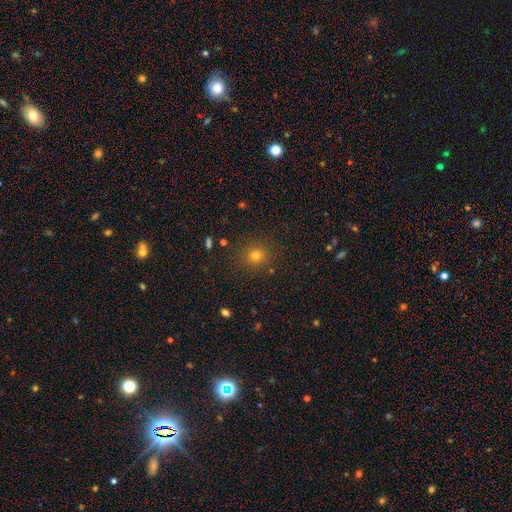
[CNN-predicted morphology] A smooth galaxy with no disk features (73%) that is round (90%). Merging: none (89%).